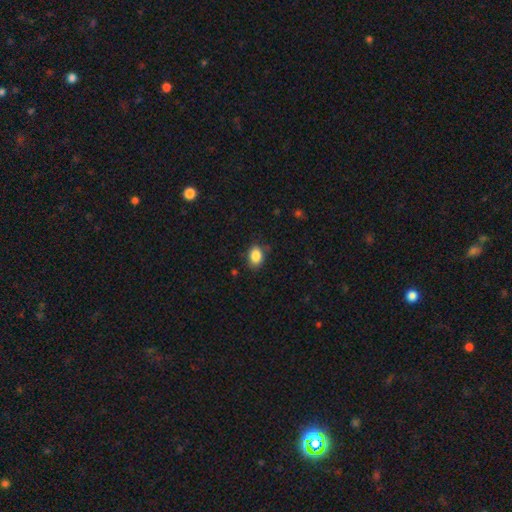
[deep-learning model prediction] The model was most divided on "how rounded": in between: 78%, round: 20%, cigar-shaped: 1%. More confident: smooth or featured — smooth (87%); merging — none (79%).